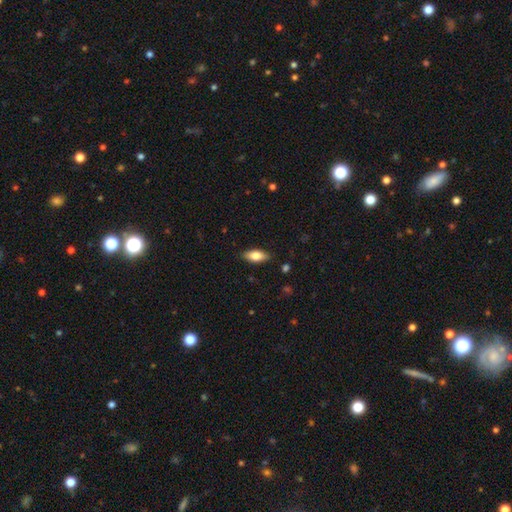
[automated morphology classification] The model was most divided on "smooth or featured": smooth: 79%, featured or disk: 15%, star or artifact: 7%. More confident: merging — none (88%); how rounded — in between (84%).